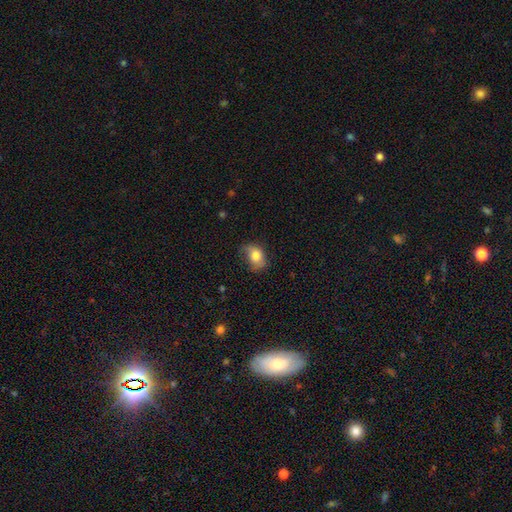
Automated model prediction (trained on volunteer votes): A smooth galaxy with no disk features (76%) that is in between round and cigar-shaped (70%). Merging: none (53%).